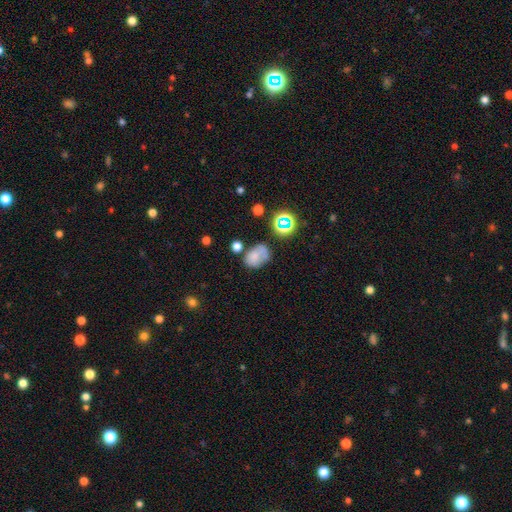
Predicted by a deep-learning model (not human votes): The model was most divided on "merging": none: 40%, minor disturbance: 26%, merger: 19%, major disturbance: 15%. More confident: smooth or featured — smooth (67%); how rounded — in between (67%).